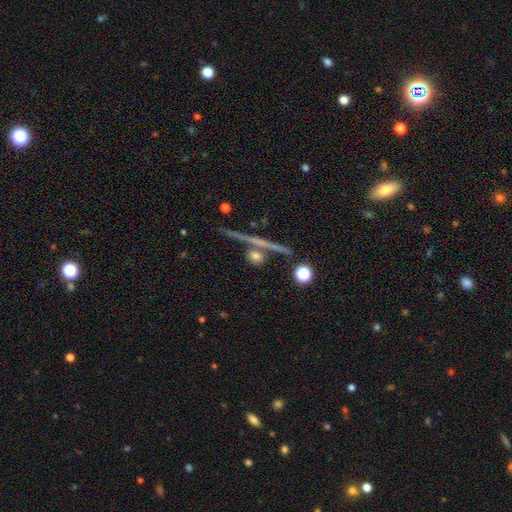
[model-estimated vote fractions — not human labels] This appears to be a smooth galaxy with no disk features (58%) that is round (67%). Merging: none (70%).